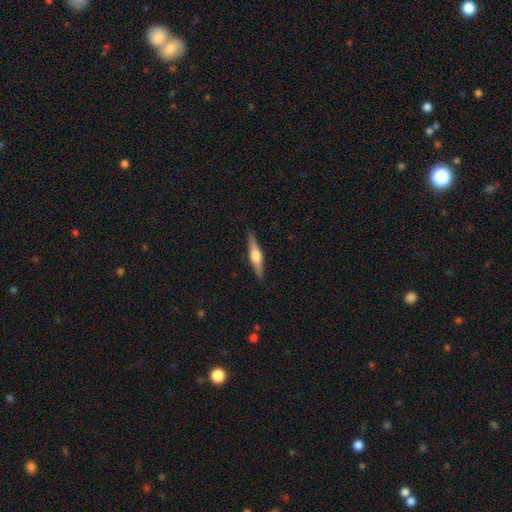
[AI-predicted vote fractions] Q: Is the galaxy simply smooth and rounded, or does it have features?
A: featured or disk — 67%.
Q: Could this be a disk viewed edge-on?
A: yes — 97%.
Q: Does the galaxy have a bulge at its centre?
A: rounded — 89%.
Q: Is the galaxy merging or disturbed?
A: none — 89%.